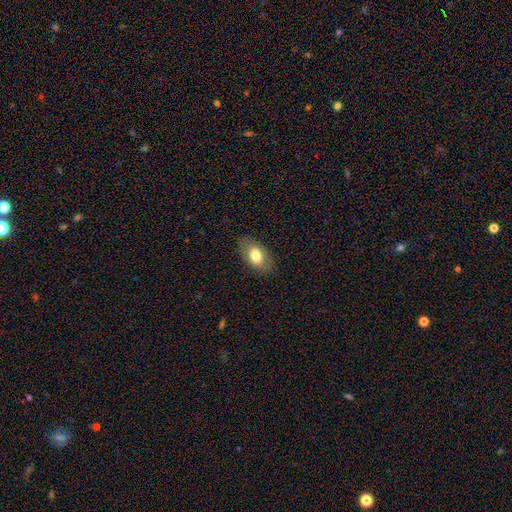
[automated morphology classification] smooth-or-featured: smooth: 76% | featured or disk: 17% | star or artifact: 7%
  how-rounded: in between: 91% | round: 7% | cigar-shaped: 2%
  merging: none: 85% | minor disturbance: 11% | major disturbance: 3% | merger: 1%